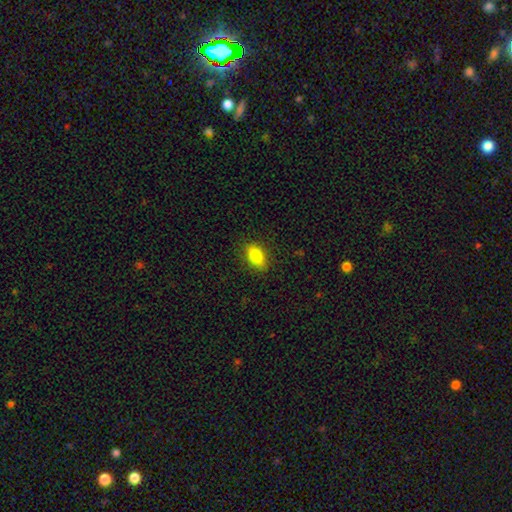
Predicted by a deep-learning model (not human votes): Overall: smooth (82%). How rounded: in between (86%). Merging: none (87%).